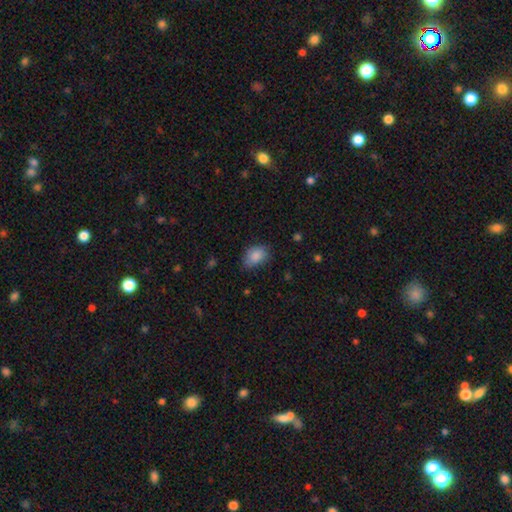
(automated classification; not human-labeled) A smooth galaxy with no disk features (87%) that is in between round and cigar-shaped (80%).

Vote fractions:
- Smooth or featured? smooth: 87% / star or artifact: 8% / featured or disk: 6%
- How rounded? in between: 80% / round: 19% / cigar-shaped: 1%
- Merging? none: 70% / minor disturbance: 24% / major disturbance: 5% / merger: 1%